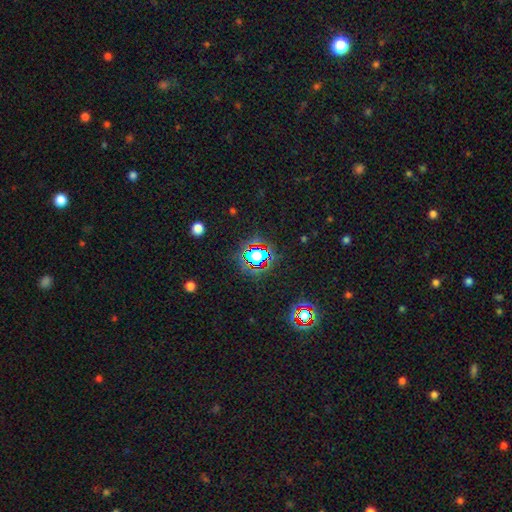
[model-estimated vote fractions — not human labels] This appears to be a star or artifact, not a galaxy (64%).